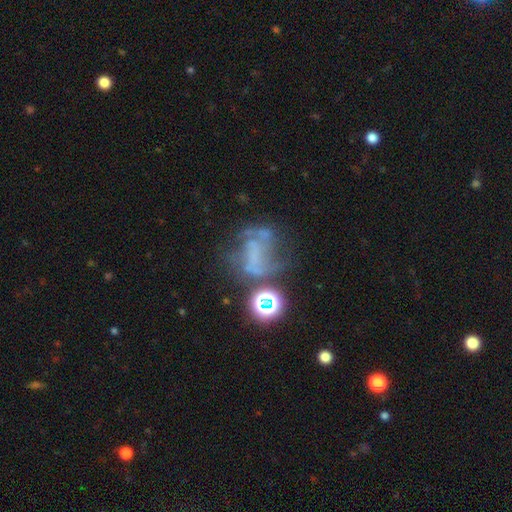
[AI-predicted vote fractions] A featured or disk galaxy (53%) with no bar (70%), no spiral arms (57%) and no central bulge (76%).

Vote fractions:
- Smooth or featured? featured or disk: 53% / star or artifact: 28% / smooth: 19%
- Edge-on disk? no: 97% / yes: 3%
- Bar? no: 70% / weak: 19% / strong: 11%
- Spiral arms? no: 57% / yes: 43%
- Bulge size? none: 76% / small: 13% / moderate: 7% / large: 3% / dominant: 2%
- Merging? none: 35% / major disturbance: 33% / minor disturbance: 18% / merger: 14%